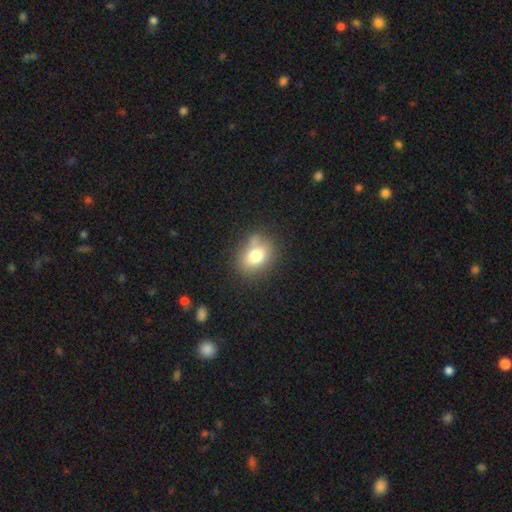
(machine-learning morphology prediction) This appears to be a smooth galaxy with no disk features (77%) that is in between round and cigar-shaped (55%). Merging: none (68%).